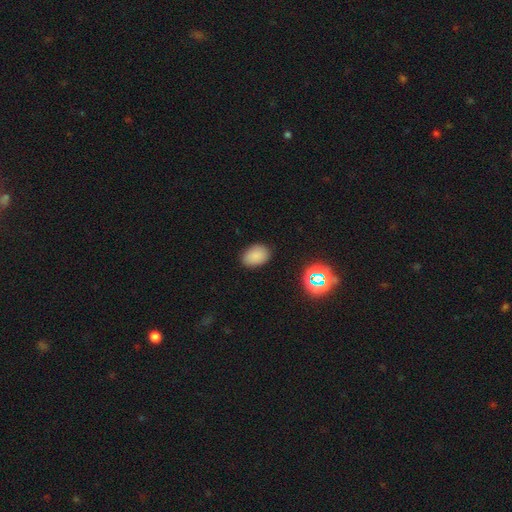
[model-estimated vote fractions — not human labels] Smooth or featured?
  - smooth: 82% *
  - star or artifact: 13%
  - featured or disk: 5%
How rounded?
  - in between: 80% *
  - round: 19%
  - cigar-shaped: 1%
Merging?
  - none: 85% *
  - minor disturbance: 11%
  - major disturbance: 3%
  - merger: 1%